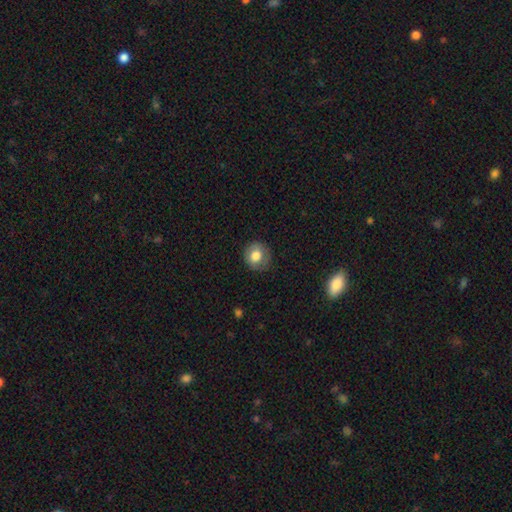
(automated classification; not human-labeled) A smooth galaxy with no disk features (75%) that is round (84%). Merging: none (84%).